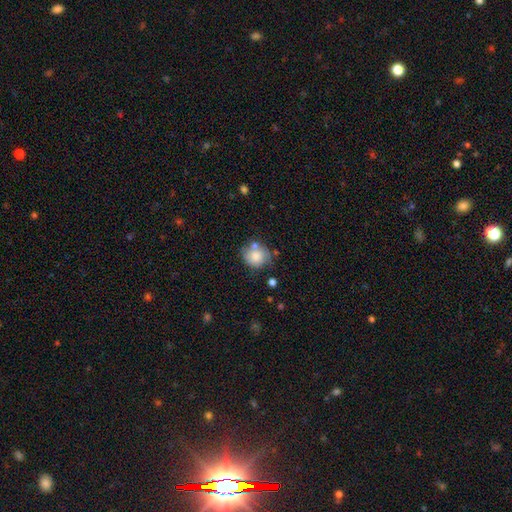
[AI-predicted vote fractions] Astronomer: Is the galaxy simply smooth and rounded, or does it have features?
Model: smooth — 79%.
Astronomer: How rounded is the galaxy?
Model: round — 79%.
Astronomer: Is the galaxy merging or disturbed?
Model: none — 60%.